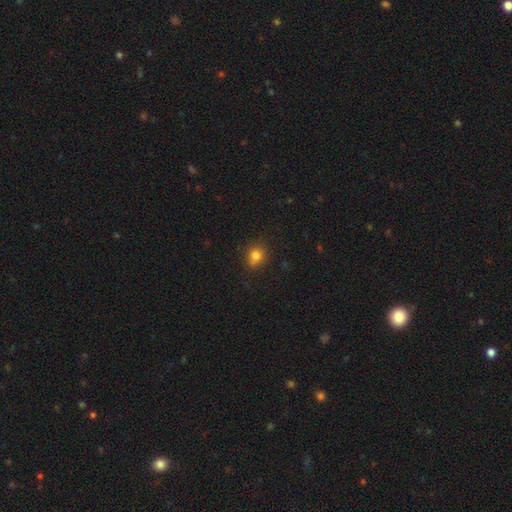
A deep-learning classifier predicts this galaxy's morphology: This is clearly a smooth galaxy (80%). How rounded: likely round (76%). Merging: likely none (74%).